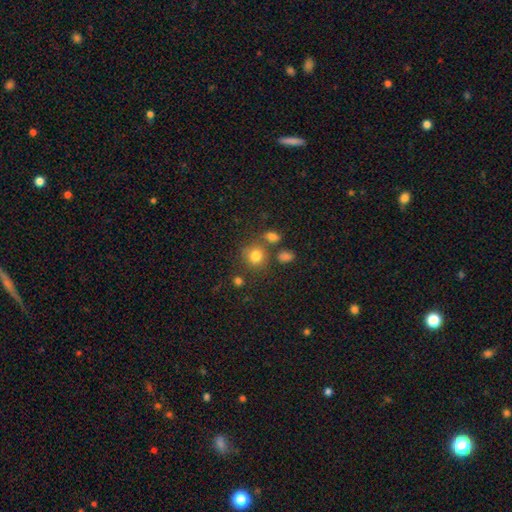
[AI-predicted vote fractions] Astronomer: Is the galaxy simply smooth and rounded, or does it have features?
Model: smooth — 79%.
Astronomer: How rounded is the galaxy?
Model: round — 85%.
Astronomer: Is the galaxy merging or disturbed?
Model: none — 69%.